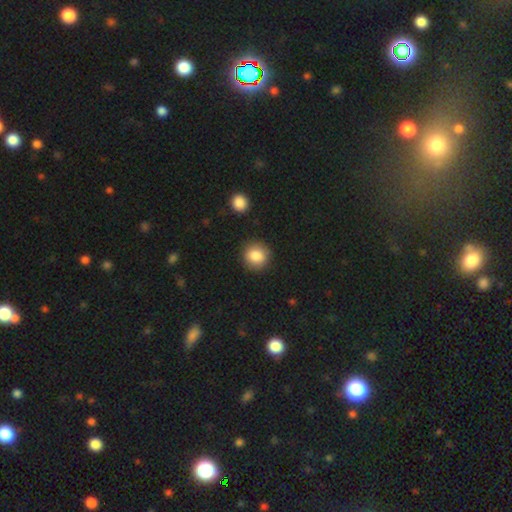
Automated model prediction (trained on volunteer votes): Smooth or featured: smooth — 86% (star or artifact — 9%)
How rounded: round — 89% (in between — 10%)
Merging: none — 89% (minor disturbance — 7%)